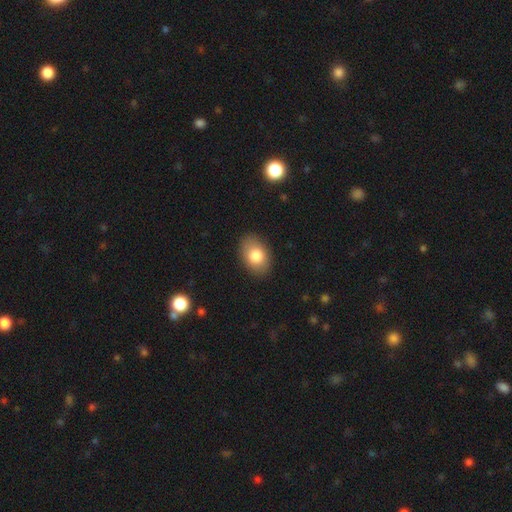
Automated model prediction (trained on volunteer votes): Smooth or featured?
  - smooth: 82% *
  - featured or disk: 10%
  - star or artifact: 8%
How rounded?
  - in between: 84% *
  - round: 15%
  - cigar-shaped: 1%
Merging?
  - none: 87% *
  - minor disturbance: 9%
  - major disturbance: 2%
  - merger: 1%